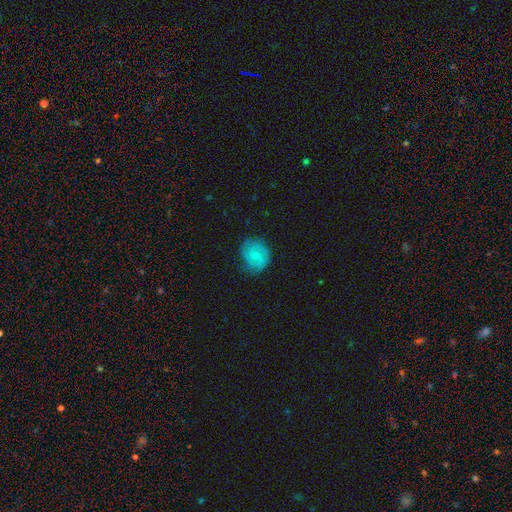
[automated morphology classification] A smooth galaxy with no disk features (56%) that is round (74%). Merging: none (66%).